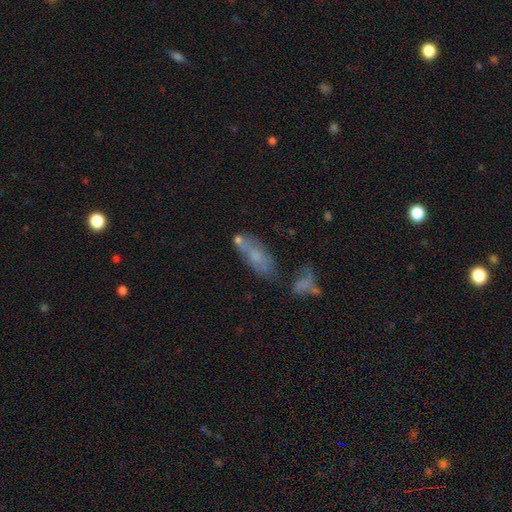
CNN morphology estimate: Q: Smooth or featured?
A: smooth (54%); runner-up: featured or disk (35%)
Q: How rounded?
A: in between (71%); runner-up: cigar-shaped (25%)
Q: Merging?
A: none (41%); runner-up: merger (25%)